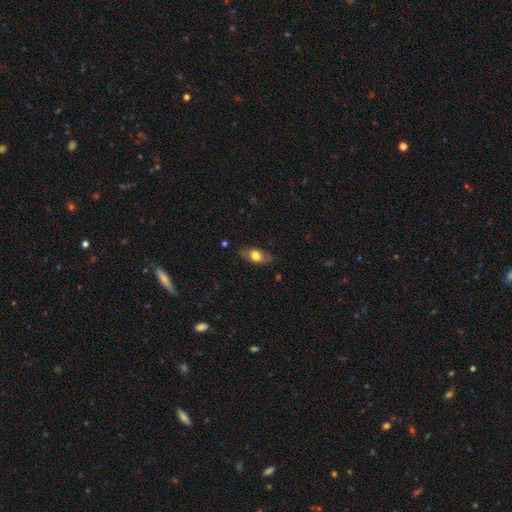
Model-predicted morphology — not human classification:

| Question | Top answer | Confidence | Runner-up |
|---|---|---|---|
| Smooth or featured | smooth | 64% | featured or disk (29%) |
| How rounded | in between | 84% | cigar-shaped (9%) |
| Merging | none | 82% | minor disturbance (14%) |